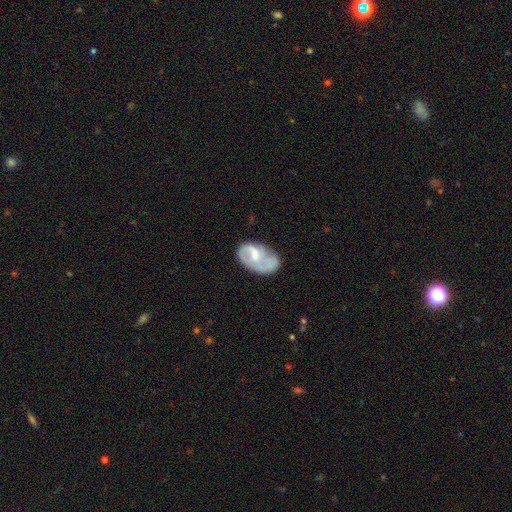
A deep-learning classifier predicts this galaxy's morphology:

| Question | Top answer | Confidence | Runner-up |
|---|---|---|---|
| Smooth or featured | featured or disk | 52% | smooth (42%) |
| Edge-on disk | no | 96% | yes (4%) |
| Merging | none | 36% | minor disturbance (31%) |